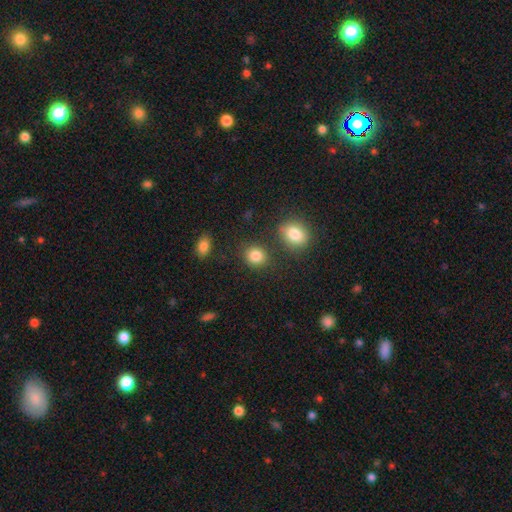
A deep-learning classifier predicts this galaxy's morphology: Overall: smooth (85%). How rounded: round (72%). Merging: none (81%).